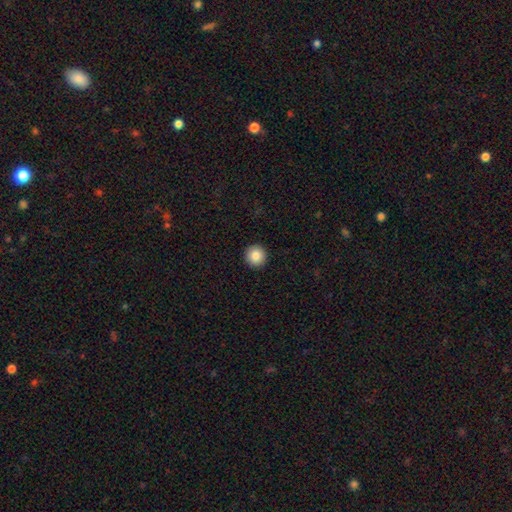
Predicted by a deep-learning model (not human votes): Smooth or featured: smooth — 86% (star or artifact — 9%)
How rounded: round — 96% (in between — 3%)
Merging: none — 94% (minor disturbance — 4%)